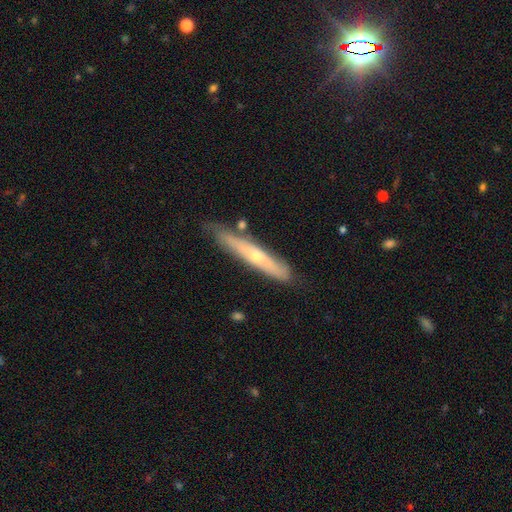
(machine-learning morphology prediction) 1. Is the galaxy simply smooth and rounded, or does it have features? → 54% featured or disk, 39% smooth, 6% star or artifact.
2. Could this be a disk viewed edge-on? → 77% yes, 23% no.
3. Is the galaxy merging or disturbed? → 73% none, 19% minor disturbance, 4% merger, 4% major disturbance.